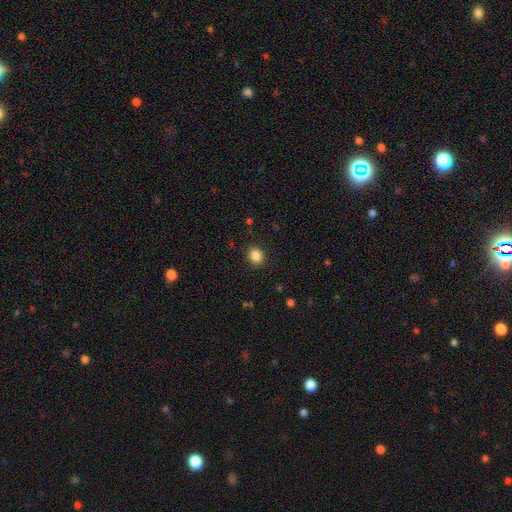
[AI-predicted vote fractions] Q: Smooth or featured?
A: smooth (86%); runner-up: star or artifact (10%)
Q: How rounded?
A: round (72%); runner-up: in between (28%)
Q: Merging?
A: none (89%); runner-up: minor disturbance (7%)